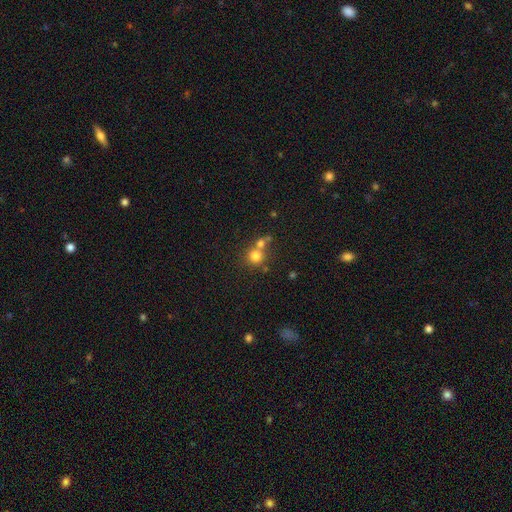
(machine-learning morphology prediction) Overall: smooth (76%). How rounded: round (88%). Merging: none (47%; merger 43%).